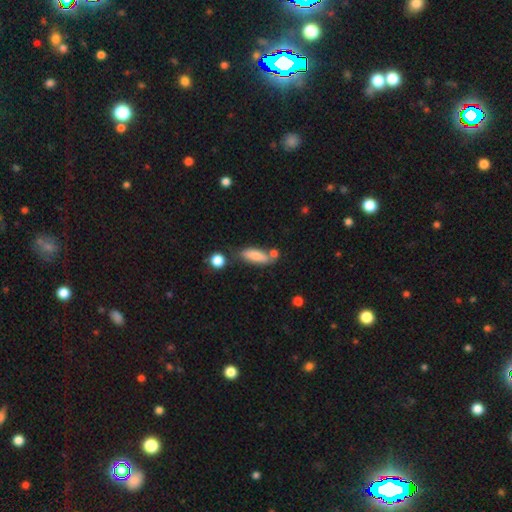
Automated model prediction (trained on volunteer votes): smooth-or-featured: smooth: 79% | featured or disk: 14% | star or artifact: 7%
  how-rounded: in between: 63% | cigar-shaped: 34% | round: 3%
  merging: none: 59% | minor disturbance: 18% | merger: 17% | major disturbance: 5%